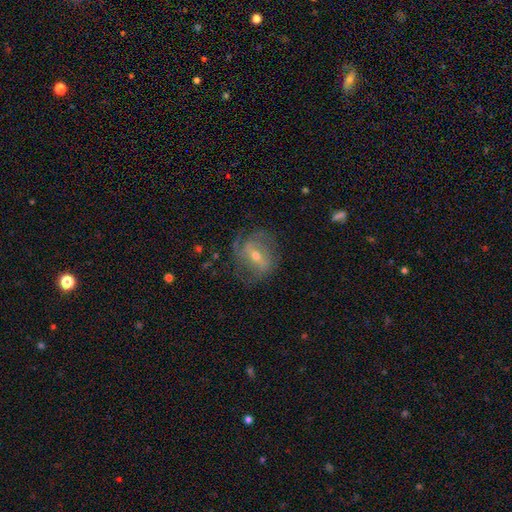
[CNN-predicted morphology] Smooth or featured: featured or disk — 80% (smooth — 12%)
Edge-on disk: no — 96% (yes — 4%)
Bar: weak — 47% (strong — 31%)
Spiral arms: yes — 91% (no — 9%)
Spiral winding: medium — 43% (tight — 35%)
Spiral arm count: 2 — 30% (3 — 27%)
Bulge size: moderate — 54% (small — 42%)
Merging: none — 65% (minor disturbance — 20%)